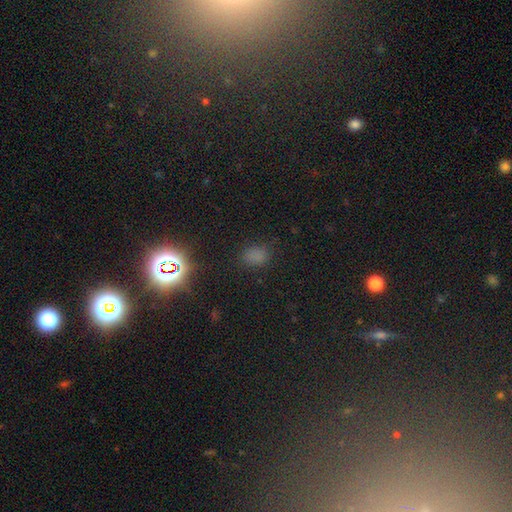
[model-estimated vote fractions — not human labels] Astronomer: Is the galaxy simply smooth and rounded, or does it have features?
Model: smooth — 63%.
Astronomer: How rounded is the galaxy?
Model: in between — 70%.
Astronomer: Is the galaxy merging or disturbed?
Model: none — 77%.